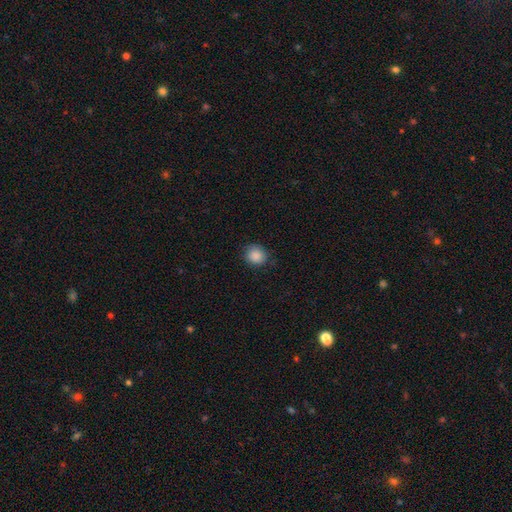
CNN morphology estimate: Smooth or featured? Predicted: smooth (p=0.88). How rounded? Predicted: round (p=0.80). Merging? Predicted: none (p=0.83).